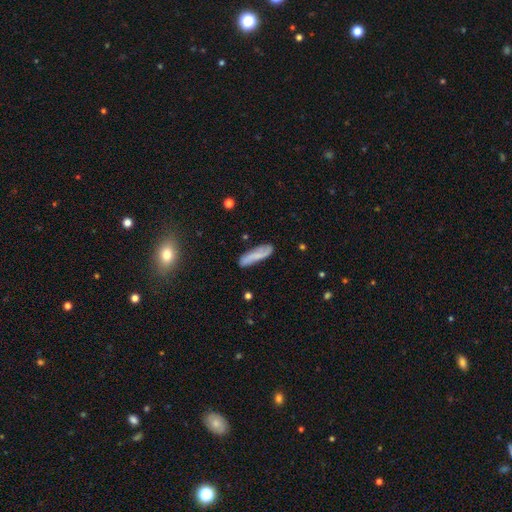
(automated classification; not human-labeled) Smooth or featured? Predicted: smooth (p=0.53). How rounded? Predicted: cigar-shaped (p=0.70). Merging? Predicted: none (p=0.72).